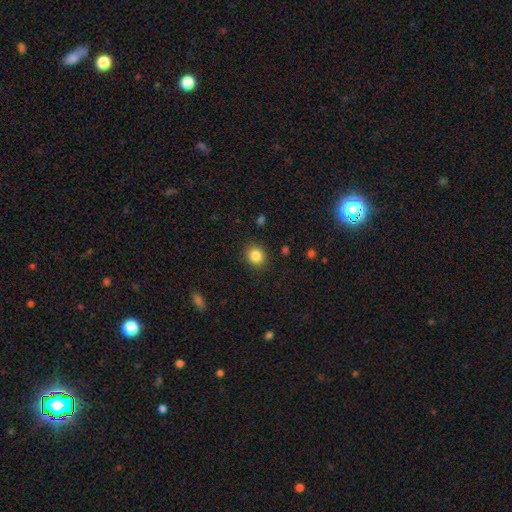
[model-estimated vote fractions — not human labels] Smooth or featured: smooth — 84% (star or artifact — 10%)
How rounded: round — 75% (in between — 24%)
Merging: none — 89% (minor disturbance — 8%)